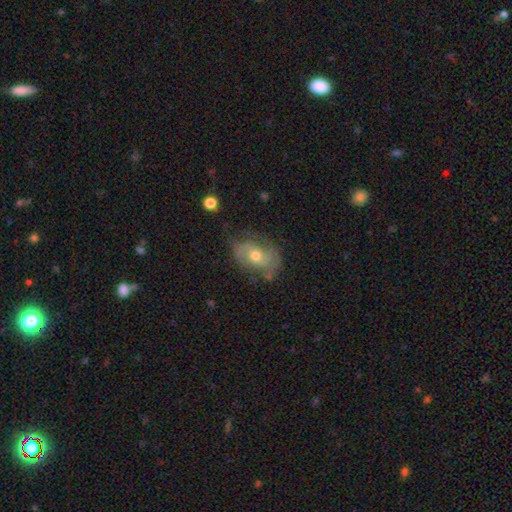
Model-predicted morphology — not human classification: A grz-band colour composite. It shows a featured or disk galaxy (65%) with no bar (69%), spiral arms (76%) and a moderate central bulge (68%). Merging: none (64%).